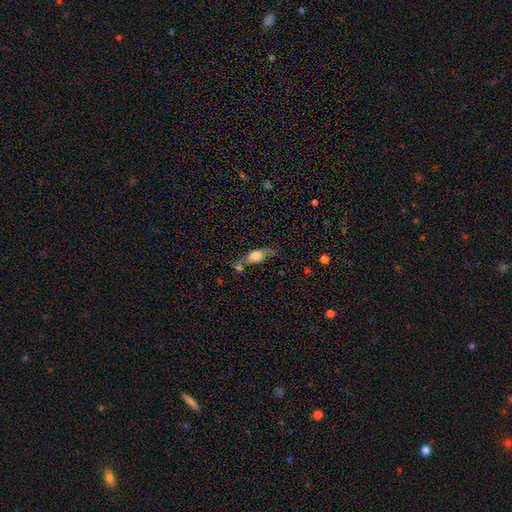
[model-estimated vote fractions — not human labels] The model was most divided on "merging": none: 45%, minor disturbance: 26%, merger: 16%, major disturbance: 13%. More confident: how rounded — in between (69%); smooth or featured — smooth (62%).